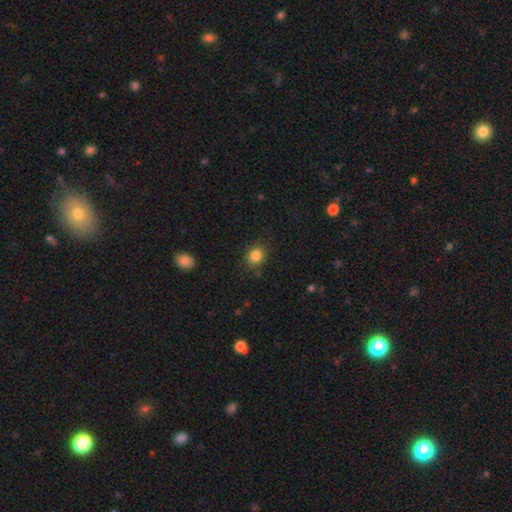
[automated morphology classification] smooth_or_featured: smooth (p=0.84) [alt: star or artifact p=0.11]
how_rounded: round (p=0.72) [alt: in between p=0.28]
merging: none (p=0.82) [alt: minor disturbance p=0.13]